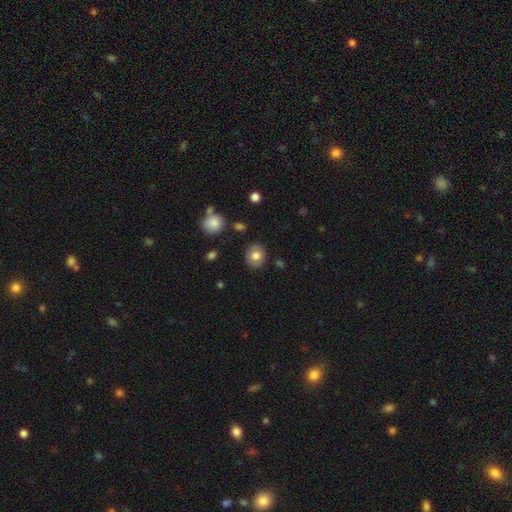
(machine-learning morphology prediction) smooth-or-featured: smooth: 78% | featured or disk: 14% | star or artifact: 8%
  how-rounded: round: 74% | in between: 25% | cigar-shaped: 1%
  merging: none: 86% | minor disturbance: 9% | major disturbance: 3% | merger: 2%